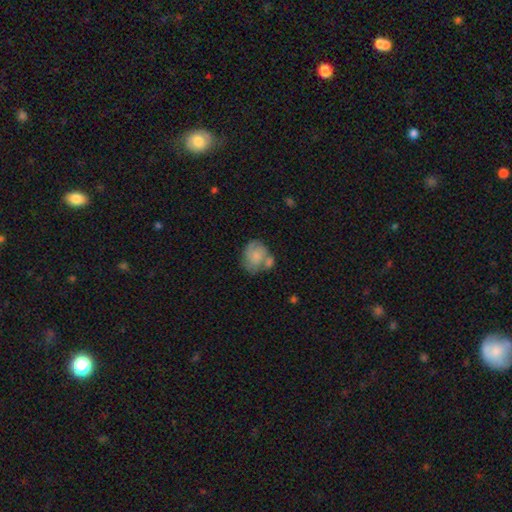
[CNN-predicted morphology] Smooth or featured? Predicted: smooth (p=0.63). How rounded? Predicted: round (p=0.52). Merging? Predicted: none (p=0.36).